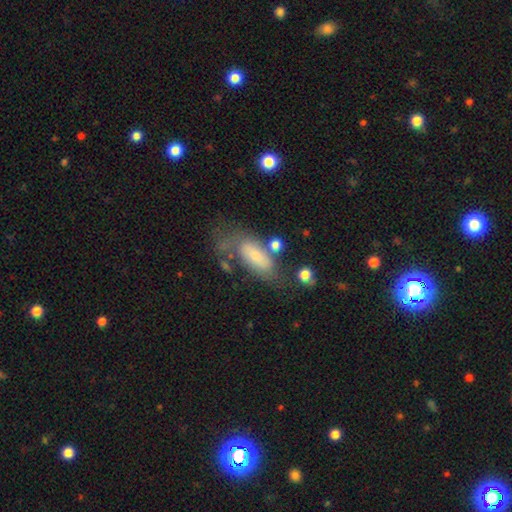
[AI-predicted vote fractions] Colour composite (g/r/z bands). It shows a smooth galaxy with no disk features (62%) that is in between round and cigar-shaped (80%). Merging: none (40%).